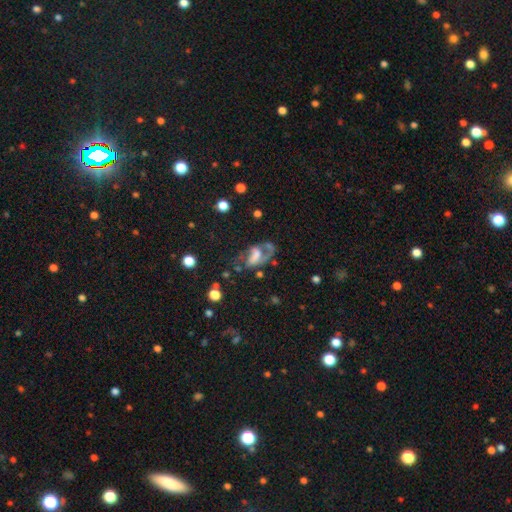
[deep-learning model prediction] smooth-or-featured: featured or disk: 61% | smooth: 27% | star or artifact: 12%
  disk-edge-on: no: 96% | yes: 4%
    bar: no: 43% | weak: 36% | strong: 21%
    has-spiral-arms: yes: 71% | no: 29%
    bulge-size: none: 36% | moderate: 23% | small: 20% | large: 18% | dominant: 3%
  merging: major disturbance: 41% | none: 30% | minor disturbance: 19% | merger: 10%